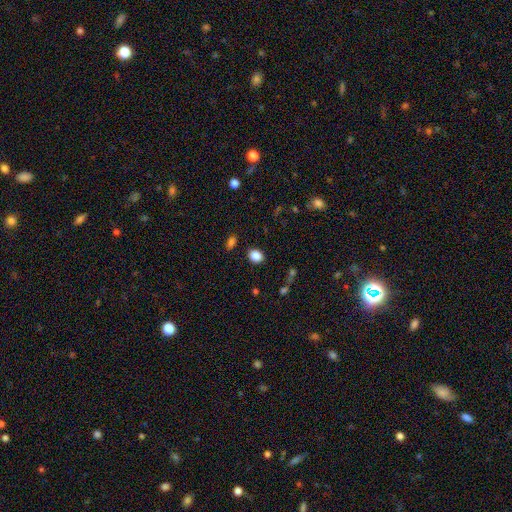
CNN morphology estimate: A smooth galaxy with no disk features (86%) that is in between round and cigar-shaped (54%). Merging: none (87%).